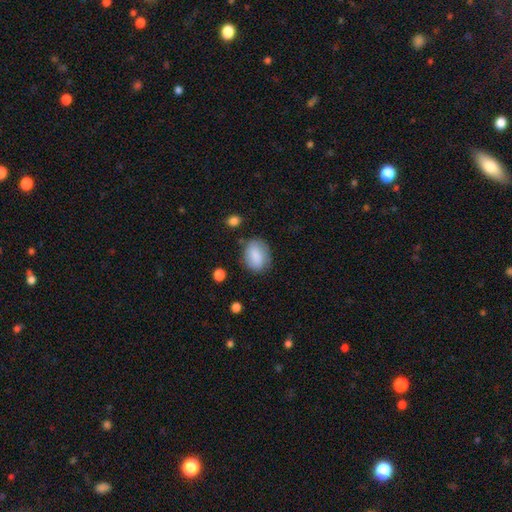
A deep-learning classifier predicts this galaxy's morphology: Q: Smooth or featured?
A: smooth (84%); runner-up: featured or disk (9%)
Q: How rounded?
A: in between (72%); runner-up: round (27%)
Q: Merging?
A: none (73%); runner-up: minor disturbance (19%)